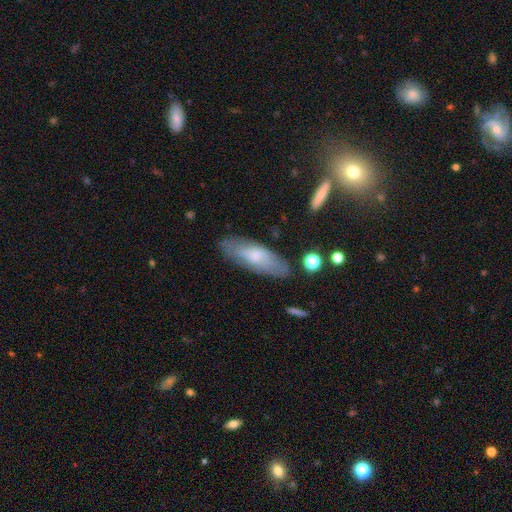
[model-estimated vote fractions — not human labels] This is likely a smooth galaxy (62%). How rounded: likely in between (61%). Merging: likely none (74%).